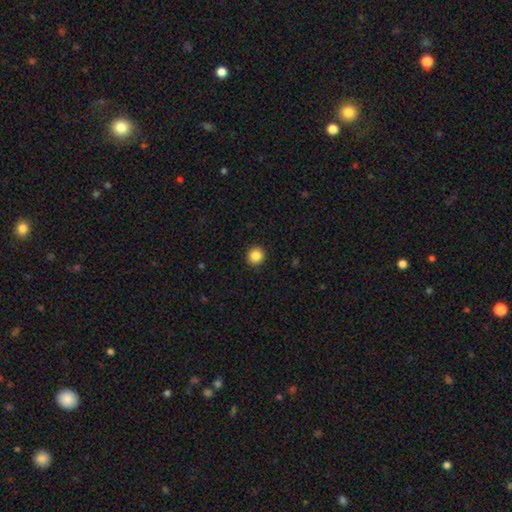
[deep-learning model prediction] A smooth galaxy with no disk features (87%) that is round (91%).

Vote fractions:
- Smooth or featured? smooth: 87% / star or artifact: 10% / featured or disk: 4%
- How rounded? round: 91% / in between: 8% / cigar-shaped: 1%
- Merging? none: 93% / minor disturbance: 5% / major disturbance: 2% / merger: 1%